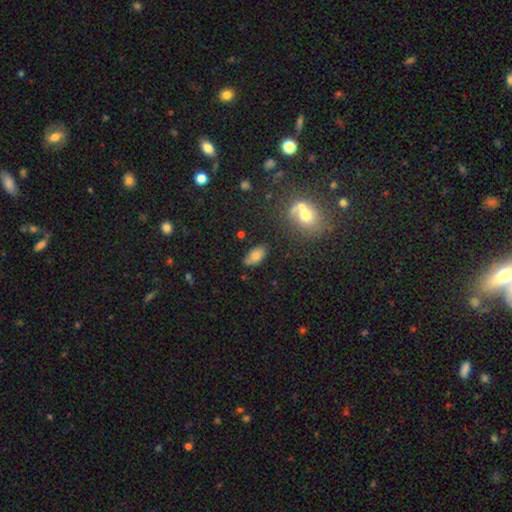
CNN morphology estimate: Smooth or featured? Predicted: smooth (p=0.70). How rounded? Predicted: in between (p=0.91). Merging? Predicted: none (p=0.72).